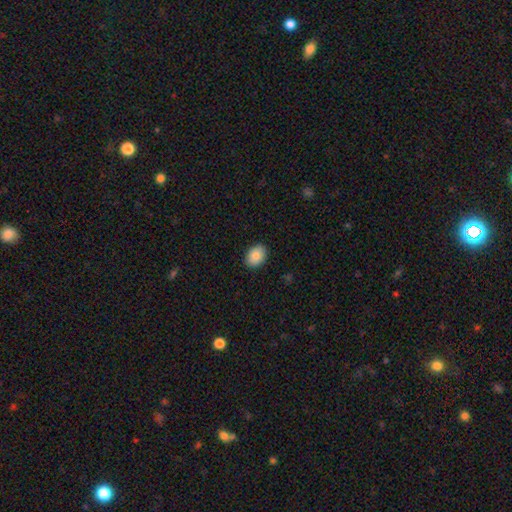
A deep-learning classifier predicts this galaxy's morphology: The model was most divided on "how rounded": in between: 77%, round: 22%, cigar-shaped: 1%. More confident: merging — none (89%); smooth or featured — smooth (86%).